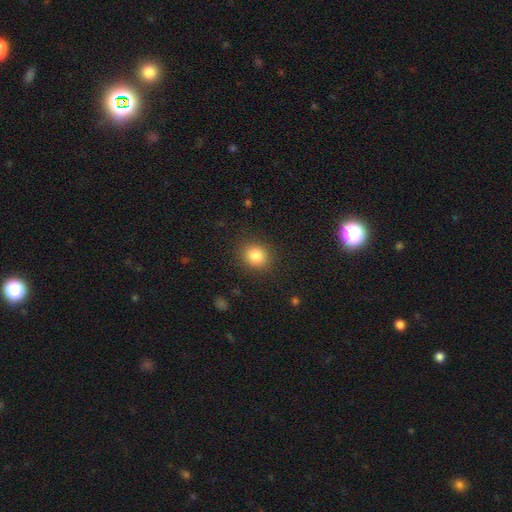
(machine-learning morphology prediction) Smooth or featured?
  - smooth: 84% *
  - star or artifact: 10%
  - featured or disk: 6%
How rounded?
  - round: 69% *
  - in between: 30%
  - cigar-shaped: 1%
Merging?
  - none: 87% *
  - minor disturbance: 8%
  - major disturbance: 3%
  - merger: 1%